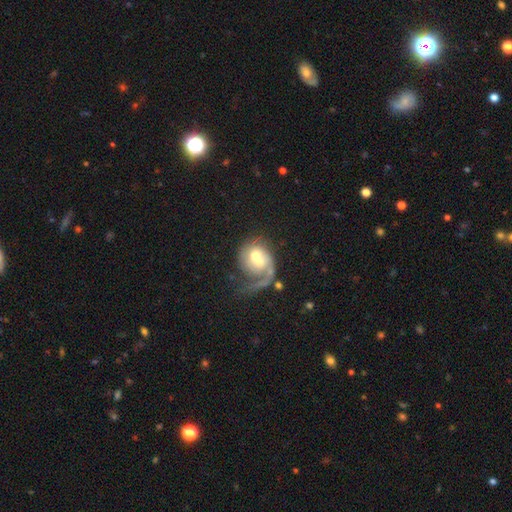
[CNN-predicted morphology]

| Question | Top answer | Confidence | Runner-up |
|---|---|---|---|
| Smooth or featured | featured or disk | 63% | smooth (30%) |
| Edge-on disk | no | 97% | yes (3%) |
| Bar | no | 69% | weak (25%) |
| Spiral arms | yes | 79% | no (21%) |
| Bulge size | moderate | 61% | small (21%) |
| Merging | major disturbance | 34% | merger (29%) |